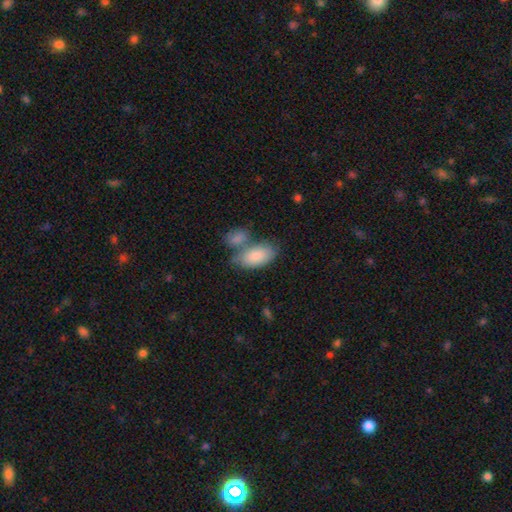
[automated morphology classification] A smooth galaxy with no disk features (84%) that is in between round and cigar-shaped (94%). Merging: merger (41%).